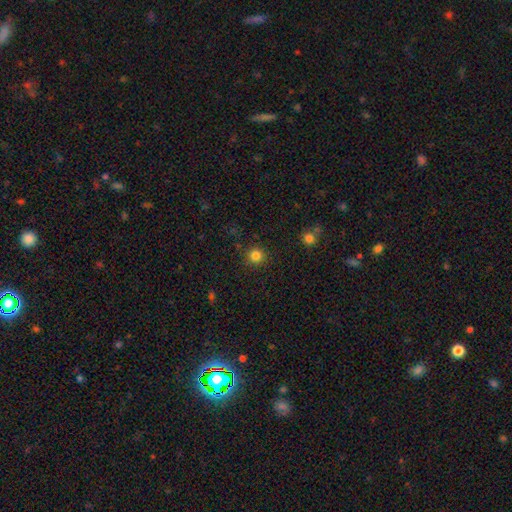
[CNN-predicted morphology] smooth_or_featured: smooth (p=0.83) [alt: star or artifact p=0.13]
how_rounded: round (p=0.94) [alt: in between p=0.05]
merging: none (p=0.90) [alt: minor disturbance p=0.06]